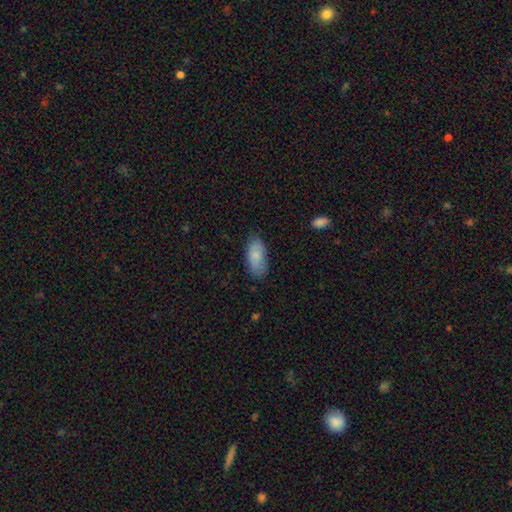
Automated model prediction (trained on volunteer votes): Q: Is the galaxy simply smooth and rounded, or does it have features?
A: smooth — 79%.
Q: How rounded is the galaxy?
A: in between — 92%.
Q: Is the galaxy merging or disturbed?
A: none — 75%.